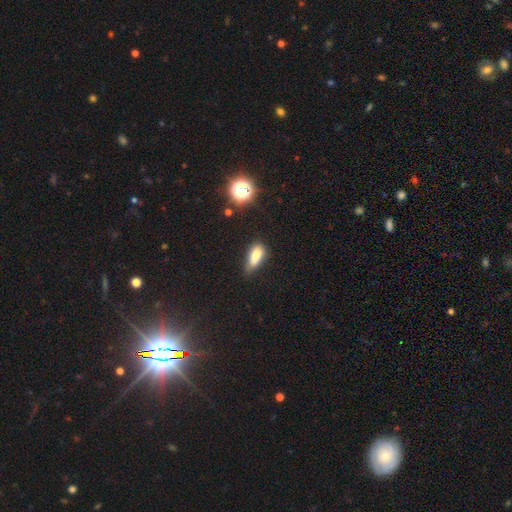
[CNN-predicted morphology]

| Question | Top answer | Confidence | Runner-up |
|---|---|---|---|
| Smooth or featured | smooth | 77% | star or artifact (11%) |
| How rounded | in between | 76% | cigar-shaped (20%) |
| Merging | none | 47% | minor disturbance (38%) |